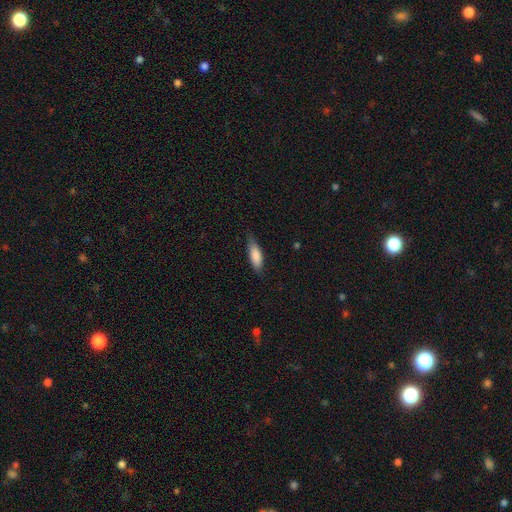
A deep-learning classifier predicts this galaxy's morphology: Q: Smooth or featured?
A: smooth (83%); runner-up: featured or disk (11%)
Q: How rounded?
A: in between (57%); runner-up: cigar-shaped (42%)
Q: Merging?
A: none (73%); runner-up: minor disturbance (22%)